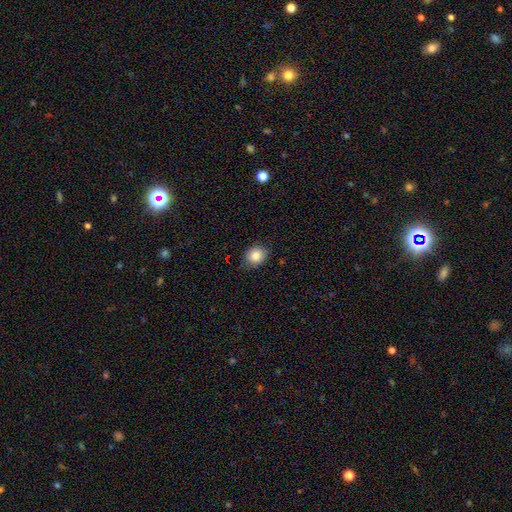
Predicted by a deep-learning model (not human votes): Smooth or featured: smooth — 86% (star or artifact — 9%)
How rounded: round — 71% (in between — 28%)
Merging: none — 82% (minor disturbance — 15%)